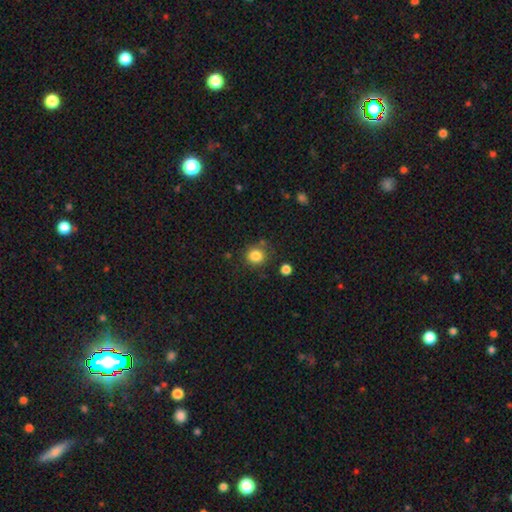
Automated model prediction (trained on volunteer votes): Smooth or featured? smooth (84%)
How rounded? round (84%)
Merging? none (79%)